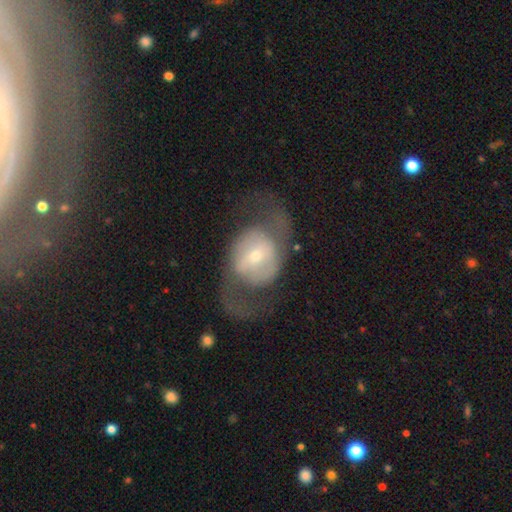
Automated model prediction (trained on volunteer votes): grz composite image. It shows a featured or disk galaxy (74%) with a weak bar (37%), 2 (84%) medium (48%) spiral arms (73%) and a small central bulge (62%). Merging: none (60%).